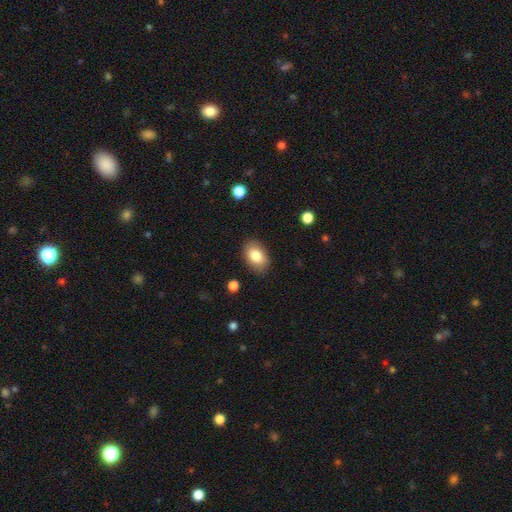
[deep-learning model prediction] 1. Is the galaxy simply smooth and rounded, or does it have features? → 83% smooth, 9% featured or disk, 7% star or artifact.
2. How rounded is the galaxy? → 84% in between, 15% round, 1% cigar-shaped.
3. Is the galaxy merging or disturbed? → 86% none, 10% minor disturbance, 3% major disturbance, 1% merger.